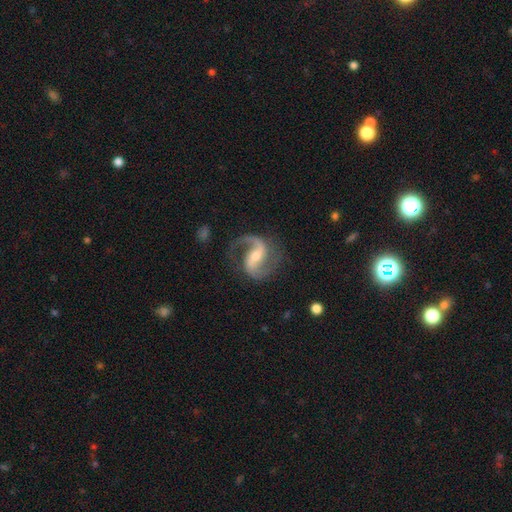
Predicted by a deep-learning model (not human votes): Smooth or featured?
  - featured or disk: 92% *
  - star or artifact: 5%
  - smooth: 4%
Edge-on disk?
  - no: 98% *
  - yes: 2%
Bar?
  - weak: 42% *
  - strong: 37%
  - no: 21%
Spiral arms?
  - yes: 98% *
  - no: 2%
Spiral winding?
  - medium: 54% *
  - loose: 35%
  - tight: 11%
Spiral arm count?
  - 2: 91% *
  - 1: 4%
  - can't tell: 2%
  - 3: 1%
  - 4: 1%
  - more than 4: 1%
Bulge size?
  - moderate: 51% *
  - small: 43%
  - large: 3%
  - none: 2%
  - dominant: 1%
Merging?
  - none: 77% *
  - minor disturbance: 13%
  - major disturbance: 8%
  - merger: 2%